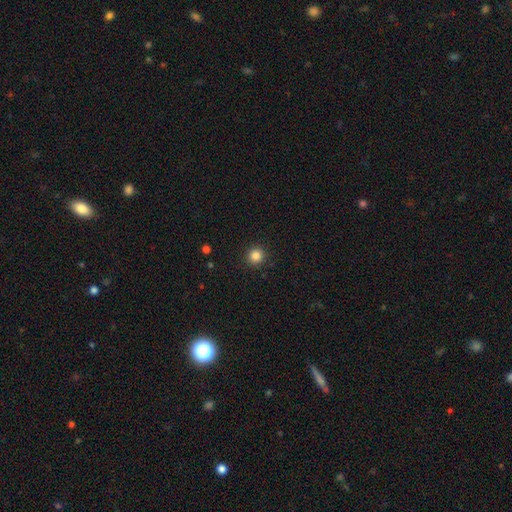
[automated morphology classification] smooth_or_featured: smooth (p=0.85) [alt: star or artifact p=0.11]
how_rounded: round (p=0.94) [alt: in between p=0.05]
merging: none (p=0.92) [alt: minor disturbance p=0.05]